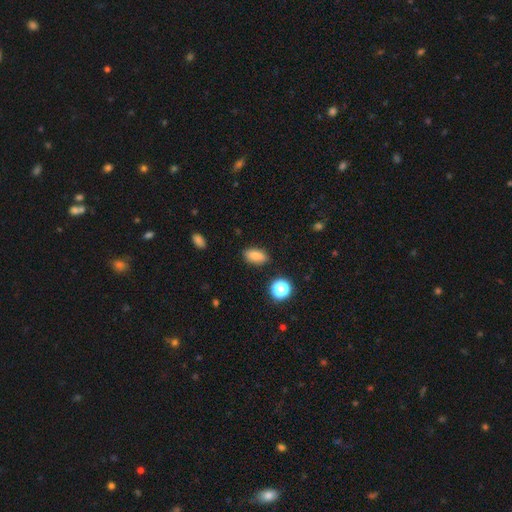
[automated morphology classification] Smooth or featured?
  - smooth: 84% *
  - star or artifact: 11%
  - featured or disk: 6%
How rounded?
  - in between: 82% *
  - cigar-shaped: 10%
  - round: 8%
Merging?
  - none: 85% *
  - minor disturbance: 10%
  - major disturbance: 3%
  - merger: 2%